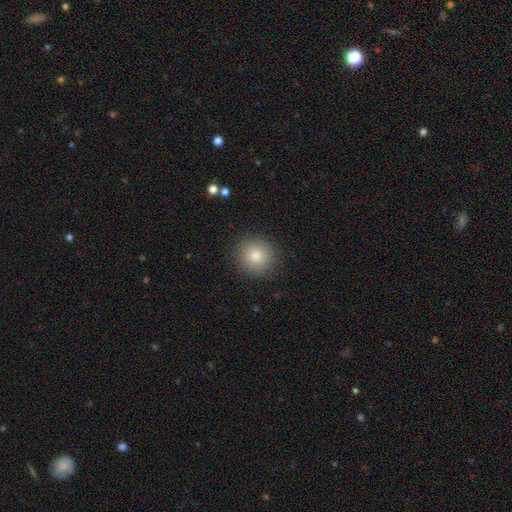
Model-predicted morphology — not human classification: This appears to be a smooth galaxy with no disk features (81%) that is round (89%). Merging: none (91%).